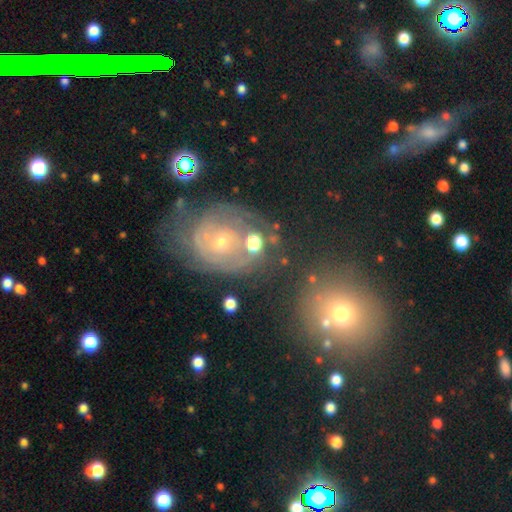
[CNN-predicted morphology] This appears to be a featured or disk galaxy (59%) with no bar (71%), spiral arms (80%) and a small central bulge (66%). Merging: none (64%).